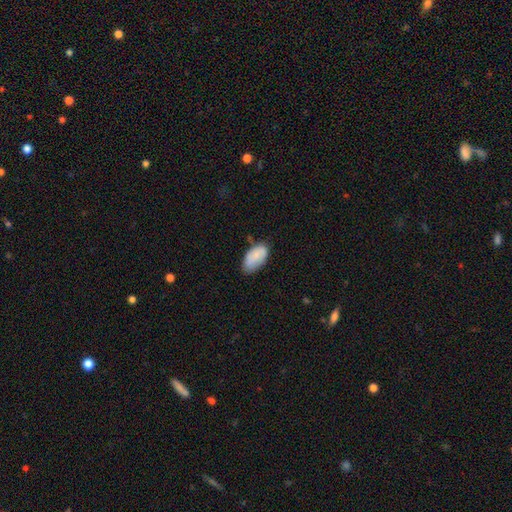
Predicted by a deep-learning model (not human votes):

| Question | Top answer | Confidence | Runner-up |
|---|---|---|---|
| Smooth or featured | smooth | 79% | featured or disk (15%) |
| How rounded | in between | 94% | round (3%) |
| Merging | none | 61% | minor disturbance (30%) |